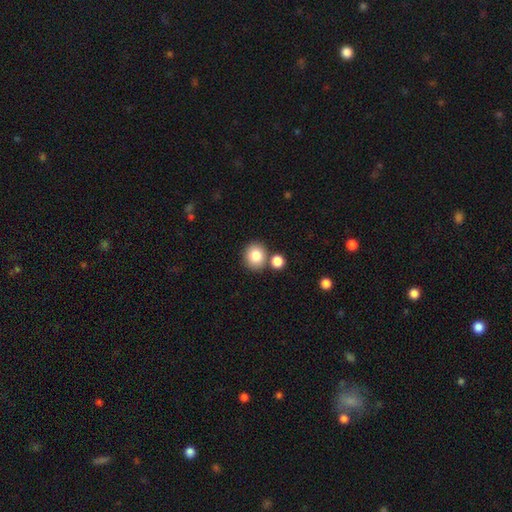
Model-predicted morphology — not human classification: Smooth or featured? Predicted: smooth (p=0.83). How rounded? Predicted: round (p=0.86). Merging? Predicted: none (p=0.72).